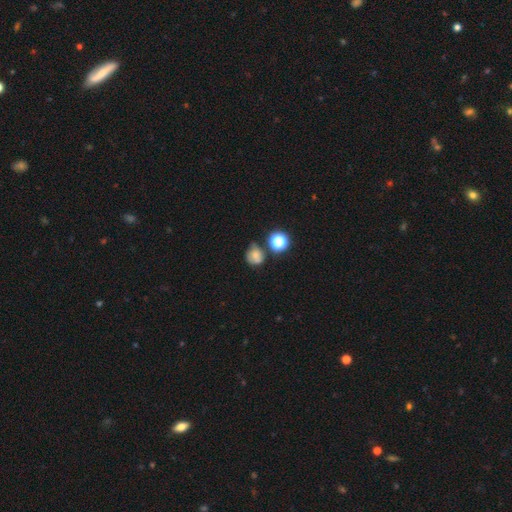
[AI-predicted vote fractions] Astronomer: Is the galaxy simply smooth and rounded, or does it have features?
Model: smooth — 70%.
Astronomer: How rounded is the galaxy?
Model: round — 79%.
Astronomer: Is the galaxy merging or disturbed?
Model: none — 52%.